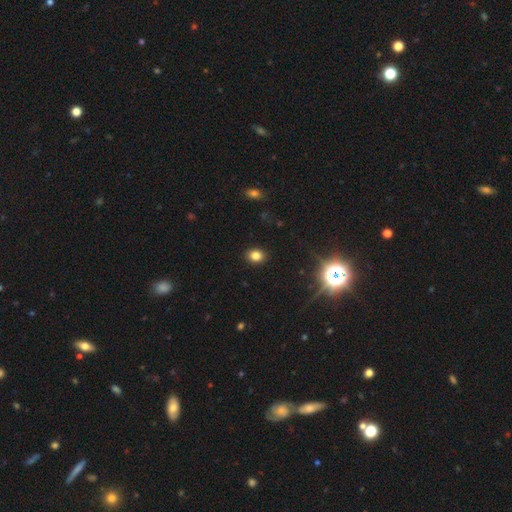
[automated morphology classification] Smooth or featured: smooth — 80% (star or artifact — 14%)
How rounded: round — 53% (in between — 45%)
Merging: none — 90% (minor disturbance — 7%)